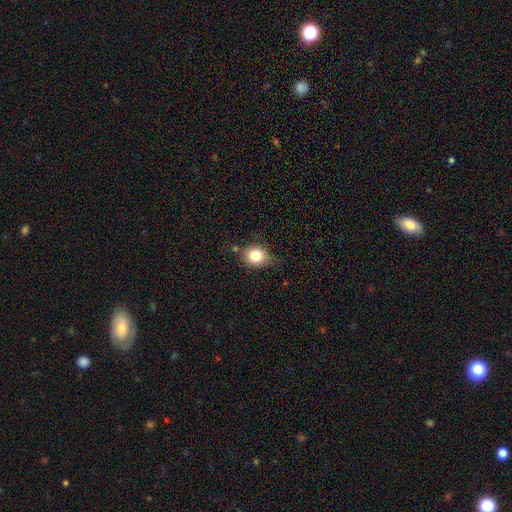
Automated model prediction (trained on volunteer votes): Overall: smooth (80%). How rounded: round (70%). Merging: none (71%).